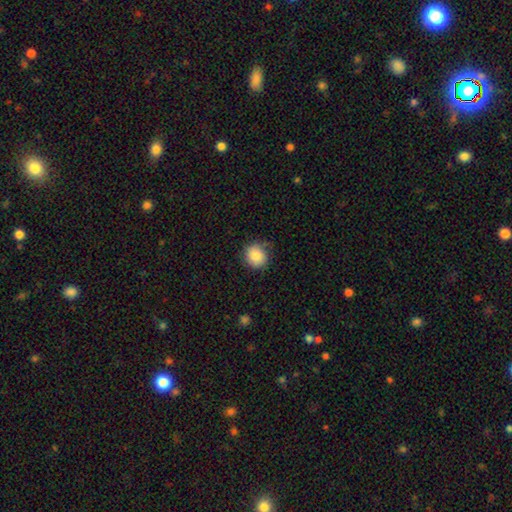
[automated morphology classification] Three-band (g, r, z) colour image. It shows a smooth galaxy with no disk features (86%) that is round (85%). Merging: none (78%).